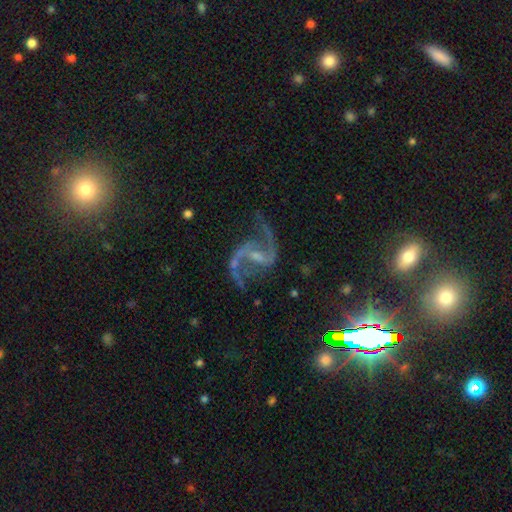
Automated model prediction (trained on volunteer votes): Smooth or featured?
  - featured or disk: 88% *
  - star or artifact: 9%
  - smooth: 3%
Edge-on disk?
  - no: 98% *
  - yes: 2%
Bar?
  - weak: 44% *
  - strong: 30%
  - no: 26%
Spiral arms?
  - yes: 98% *
  - no: 2%
Spiral winding?
  - loose: 59% *
  - medium: 35%
  - tight: 6%
Spiral arm count?
  - 2: 93% *
  - can't tell: 2%
  - 1: 2%
  - 3: 2%
  - 4: 1%
  - more than 4: 1%
Bulge size?
  - small: 61% *
  - moderate: 21%
  - none: 15%
  - large: 2%
  - dominant: 1%
Merging?
  - none: 69% *
  - minor disturbance: 16%
  - major disturbance: 12%
  - merger: 3%